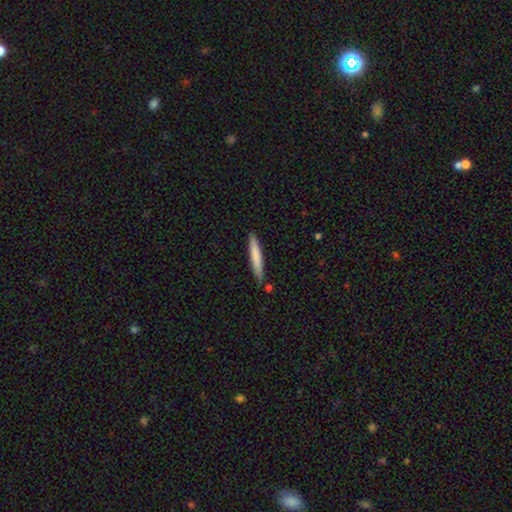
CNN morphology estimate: This is likely a smooth galaxy (76%). How rounded: clearly cigar-shaped (94%). Merging: clearly none (84%).